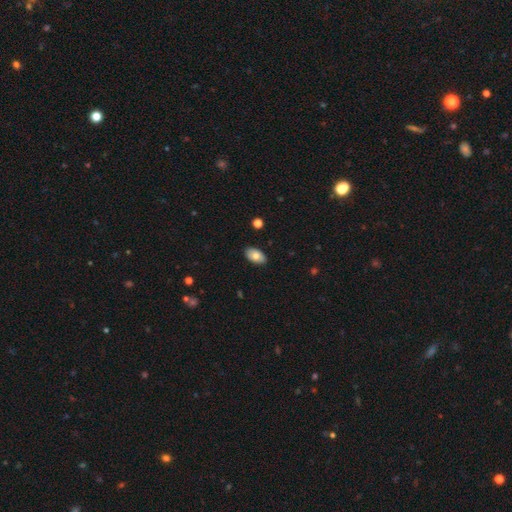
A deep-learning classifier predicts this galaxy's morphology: smooth_or_featured: smooth (p=0.75) [alt: featured or disk p=0.18]
how_rounded: in between (p=0.93) [alt: round p=0.05]
merging: none (p=0.88) [alt: minor disturbance p=0.09]